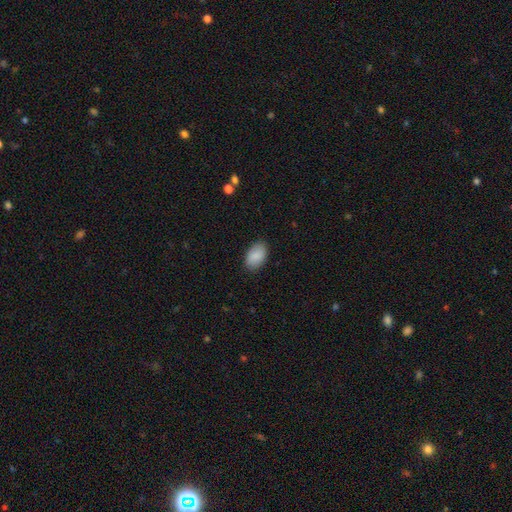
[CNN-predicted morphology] smooth-or-featured: smooth: 88% | star or artifact: 6% | featured or disk: 5%
  how-rounded: in between: 93% | round: 6% | cigar-shaped: 1%
  merging: none: 86% | minor disturbance: 11% | major disturbance: 2% | merger: 1%